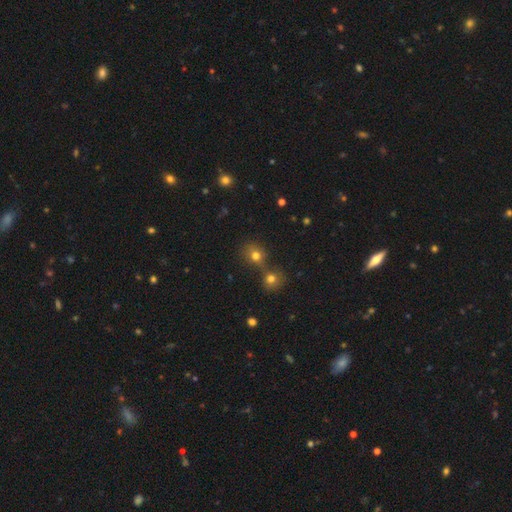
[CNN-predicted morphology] Overall: smooth (74%). How rounded: round (76%). Merging: none (47%; merger 40%).